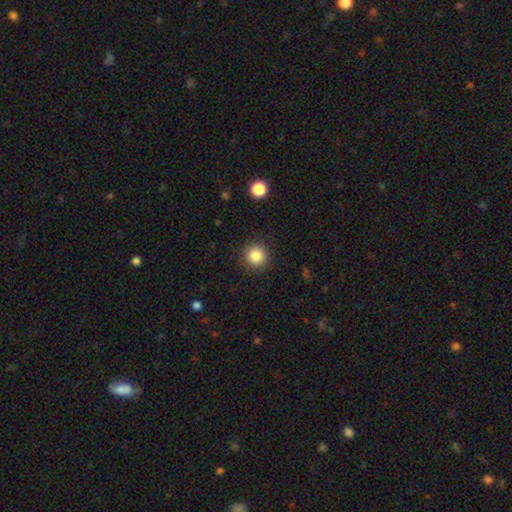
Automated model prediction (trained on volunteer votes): Smooth or featured: smooth — 85% (star or artifact — 10%)
How rounded: round — 95% (in between — 4%)
Merging: none — 90% (minor disturbance — 6%)